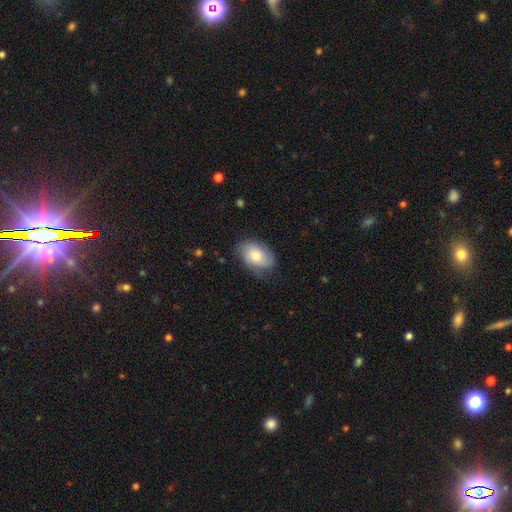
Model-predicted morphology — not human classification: smooth 64%, featured or disk 29%, star or artifact 7%. Down the decision tree: how rounded — in between (89%); merging — none (67%).